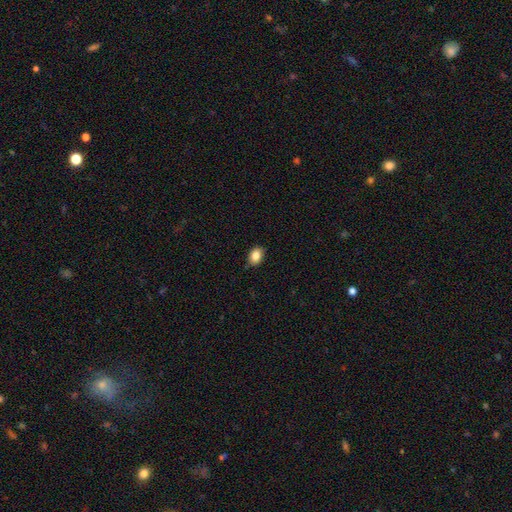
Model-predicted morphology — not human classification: Smooth or featured? Predicted: smooth (p=0.85). How rounded? Predicted: in between (p=0.76). Merging? Predicted: none (p=0.83).